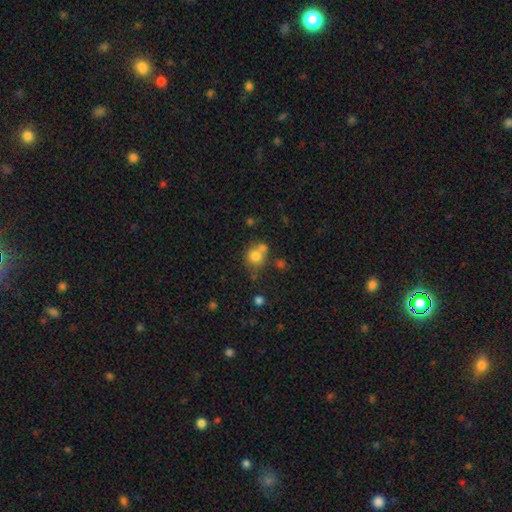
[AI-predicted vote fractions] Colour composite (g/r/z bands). It shows a smooth galaxy with no disk features (76%) that is round (78%). Merging: none (46%).